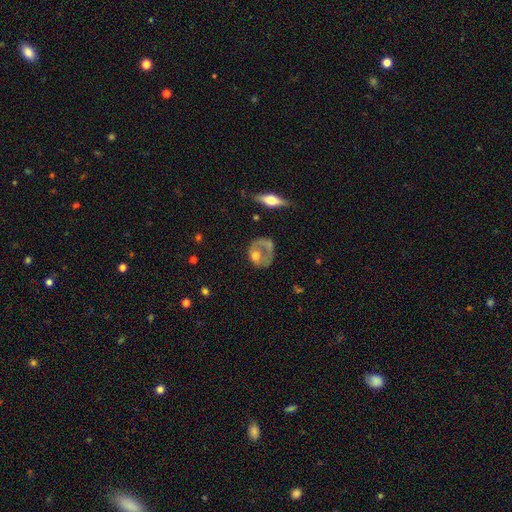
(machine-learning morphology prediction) Smooth or featured? Predicted: smooth (p=0.47). Merging? Predicted: major disturbance (p=0.39).